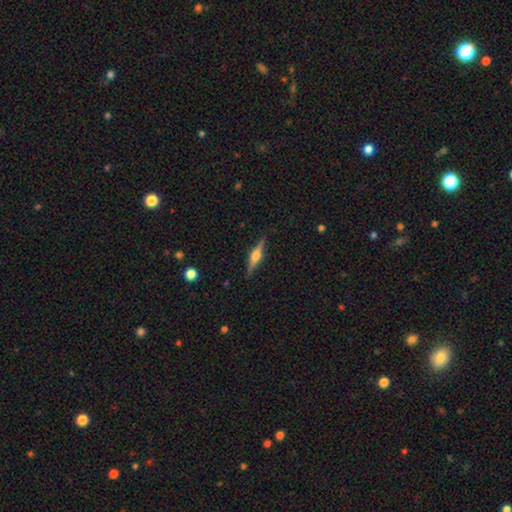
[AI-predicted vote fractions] Smooth or featured: featured or disk — 74% (smooth — 20%)
Edge-on disk: yes — 98% (no — 2%)
Edge-on bulge: rounded — 92% (boxy — 6%)
Merging: none — 90% (minor disturbance — 8%)